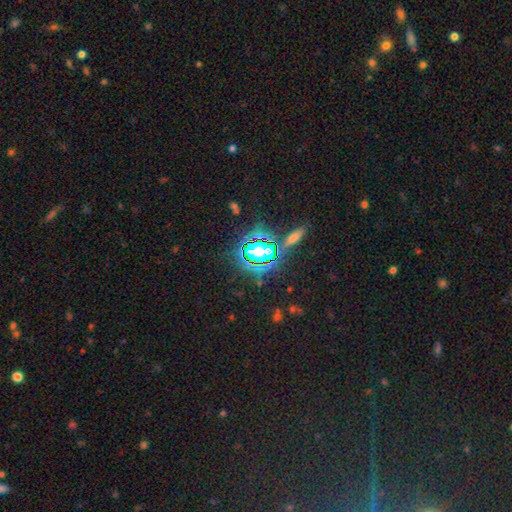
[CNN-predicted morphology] Overall: star or artifact (69%).